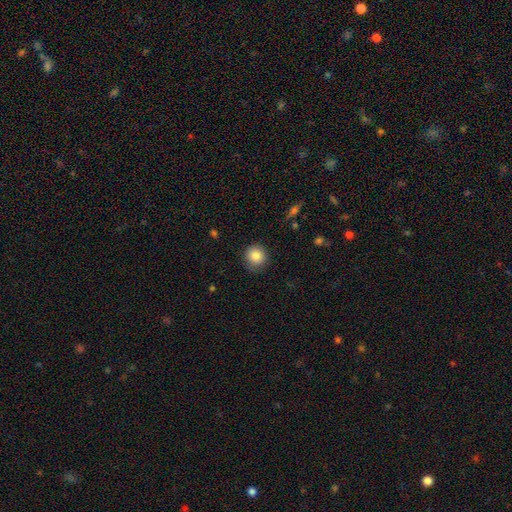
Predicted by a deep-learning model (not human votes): Smooth or featured? Predicted: smooth (p=0.85). How rounded? Predicted: round (p=0.91). Merging? Predicted: none (p=0.82).